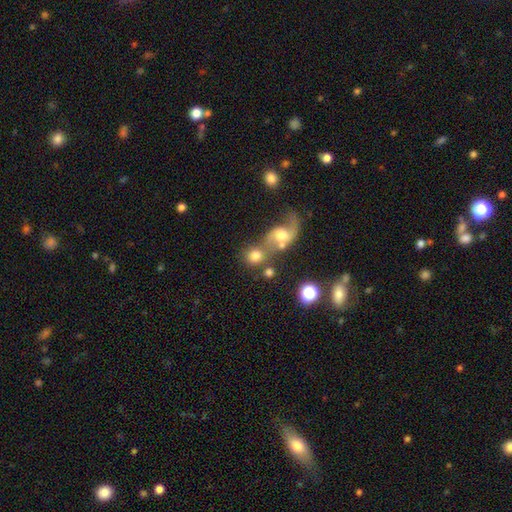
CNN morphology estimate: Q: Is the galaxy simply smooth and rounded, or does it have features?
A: smooth — 71%.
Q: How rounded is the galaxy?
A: round — 78%.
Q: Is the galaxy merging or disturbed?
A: none — 43%.